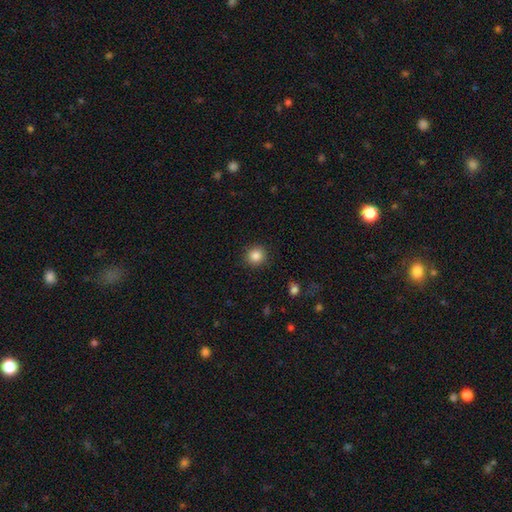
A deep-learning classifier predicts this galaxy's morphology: This appears to be a smooth galaxy with no disk features (85%) that is round (92%). Merging: none (91%).